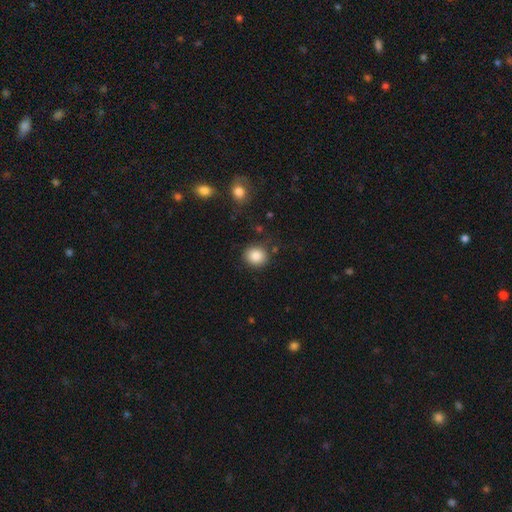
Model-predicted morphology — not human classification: The model was most divided on "how rounded": round: 78%, in between: 21%, cigar-shaped: 1%. More confident: smooth or featured — smooth (86%); merging — none (84%).